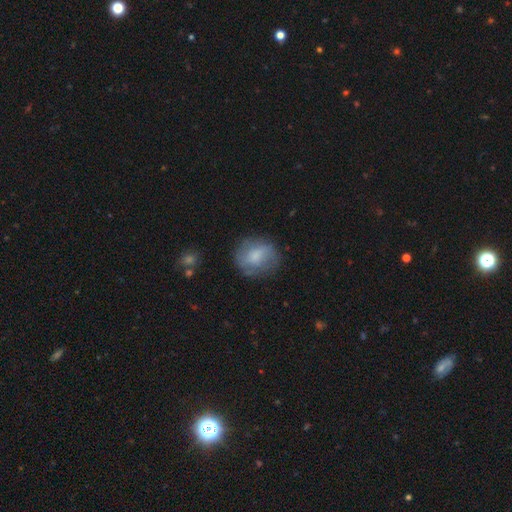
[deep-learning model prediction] Overall: smooth (63%; featured or disk 29%). How rounded: round (73%). Merging: none (67%).